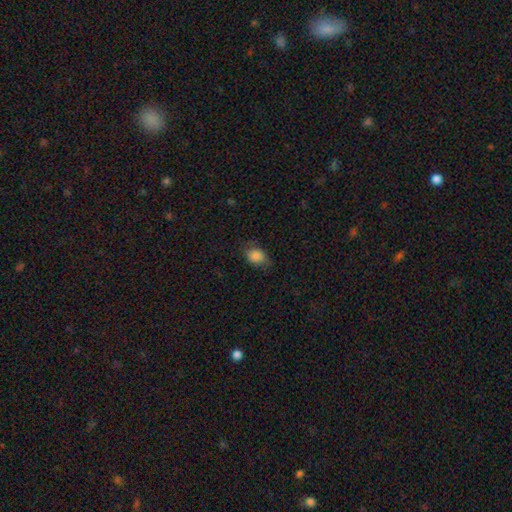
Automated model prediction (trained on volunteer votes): This is clearly a smooth galaxy (84%). How rounded: likely in between (70%). Merging: likely none (63%).